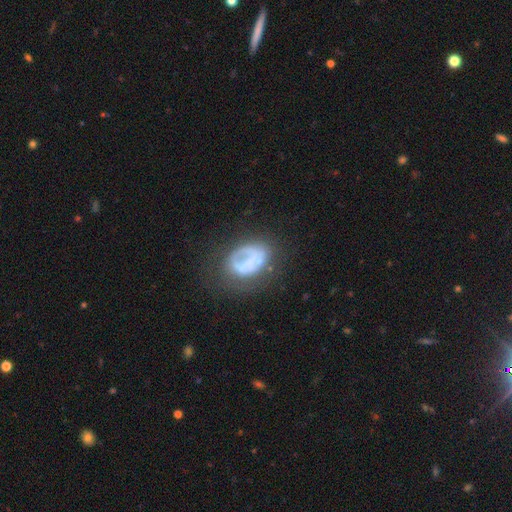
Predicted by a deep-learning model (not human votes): Morphology: type=featured or disk (53%); edge-on=no (97%); bar=no (64%); spiral arms=no (67%); bulge=none (56%); merging=none (39%).